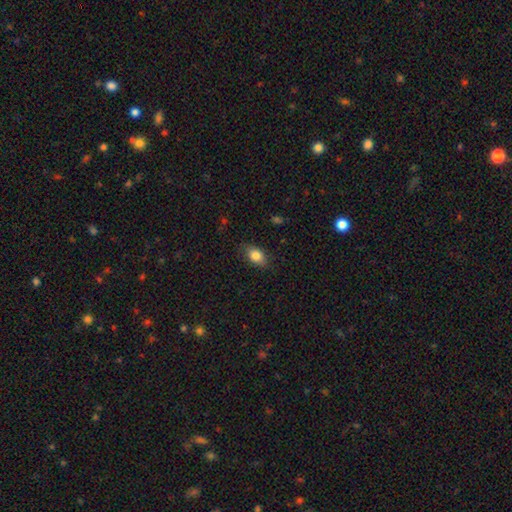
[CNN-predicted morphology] Smooth or featured: smooth — 83% (featured or disk — 9%)
How rounded: in between — 84% (round — 13%)
Merging: none — 83% (minor disturbance — 13%)